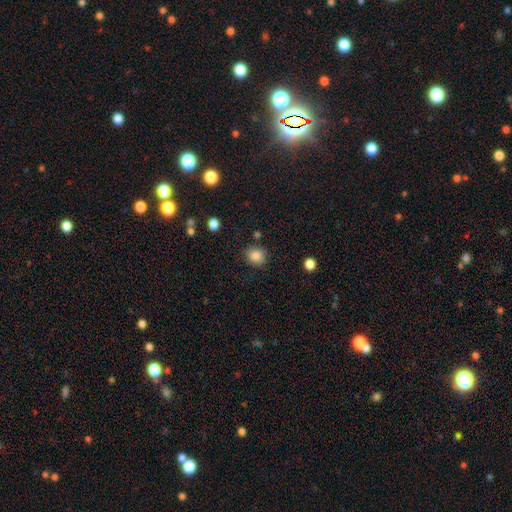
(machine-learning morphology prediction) Smooth or featured? Predicted: smooth (p=0.85). How rounded? Predicted: round (p=0.78). Merging? Predicted: none (p=0.81).